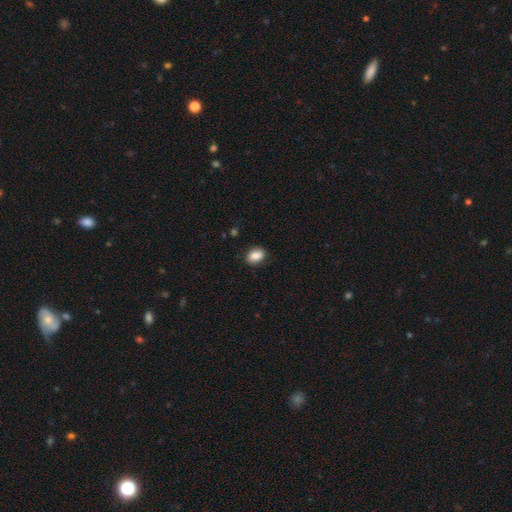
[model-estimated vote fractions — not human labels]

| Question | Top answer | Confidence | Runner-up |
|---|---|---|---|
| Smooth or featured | smooth | 86% | star or artifact (8%) |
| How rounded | in between | 74% | round (24%) |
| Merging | none | 85% | minor disturbance (12%) |